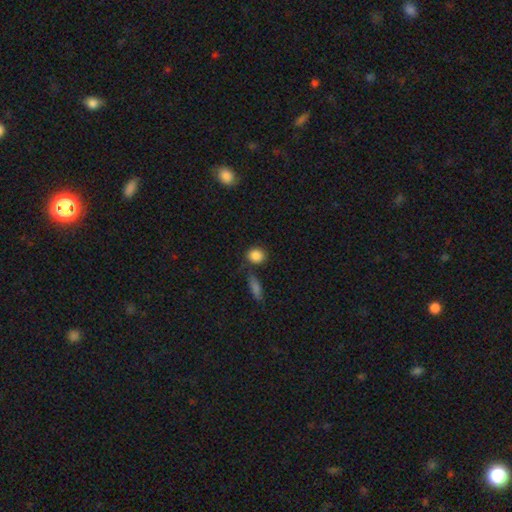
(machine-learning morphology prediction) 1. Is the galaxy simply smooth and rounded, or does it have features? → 87% smooth, 9% star or artifact, 5% featured or disk.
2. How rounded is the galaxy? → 71% round, 26% in between, 2% cigar-shaped.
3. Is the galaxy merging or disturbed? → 76% none, 11% minor disturbance, 9% merger, 3% major disturbance.